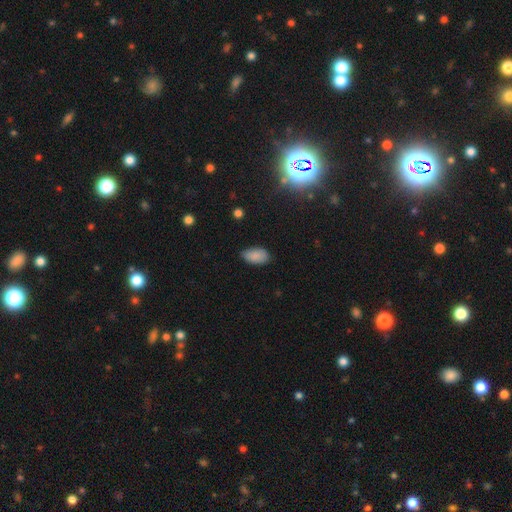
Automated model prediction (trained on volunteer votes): The model was most divided on "merging": none: 78%, minor disturbance: 18%, major disturbance: 3%, merger: 1%. More confident: how rounded — in between (94%); smooth or featured — smooth (86%).